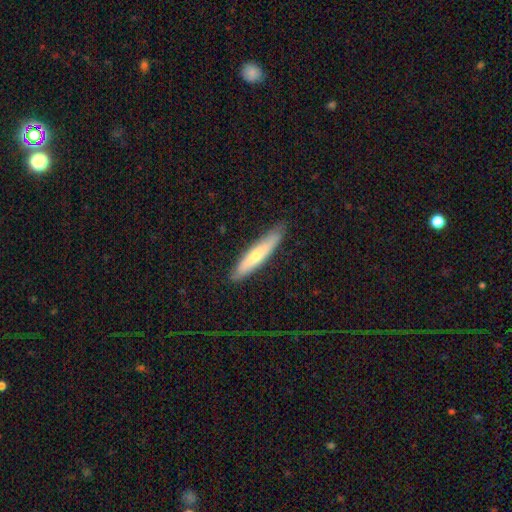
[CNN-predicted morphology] The model was most divided on "smooth or featured": smooth: 60%, featured or disk: 34%, star or artifact: 6%. More confident: how rounded — cigar-shaped (89%); merging — none (85%).